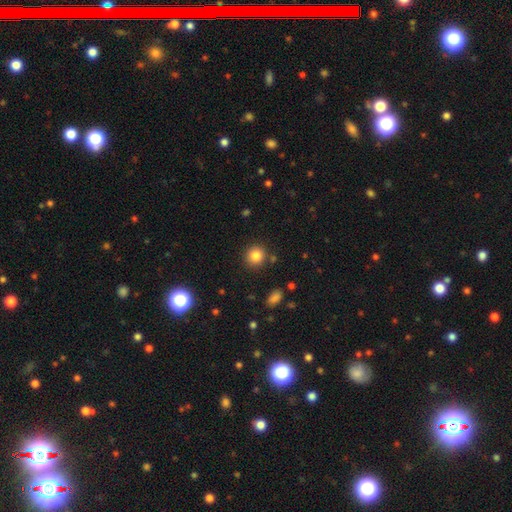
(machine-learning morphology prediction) A smooth galaxy with no disk features (84%) that is round (89%). Merging: none (87%).